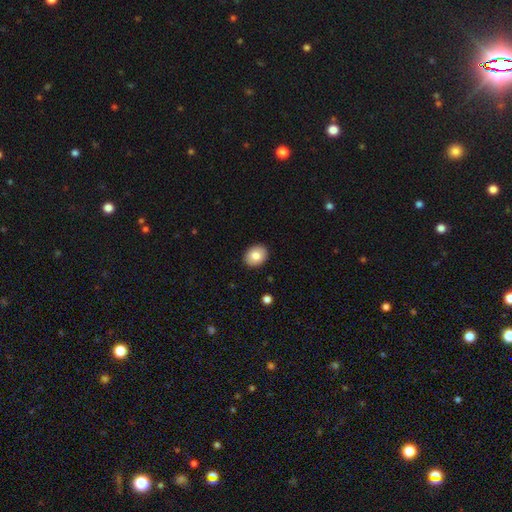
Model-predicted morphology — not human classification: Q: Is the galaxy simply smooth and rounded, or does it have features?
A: smooth — 84%.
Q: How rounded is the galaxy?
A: in between — 59%.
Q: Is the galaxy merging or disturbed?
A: none — 91%.